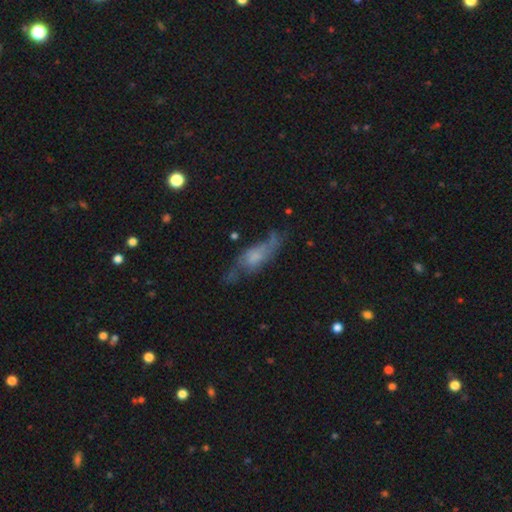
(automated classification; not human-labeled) The model was most divided on "smooth or featured": featured or disk: 50%, smooth: 40%, star or artifact: 10%. Remaining: merging — none (46%).